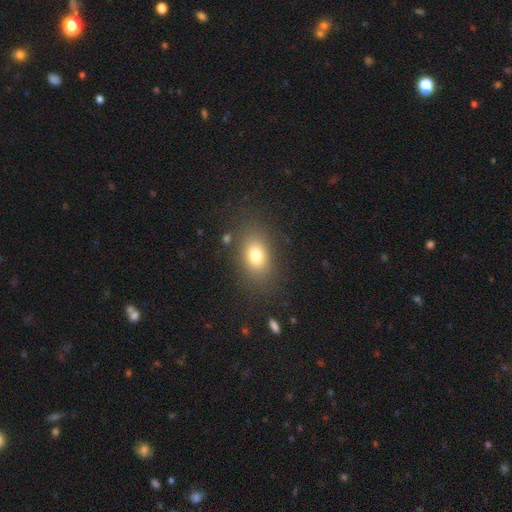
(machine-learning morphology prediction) smooth 76%, star or artifact 12%, featured or disk 12%. Down the decision tree: how rounded — in between (76%); merging — none (81%).